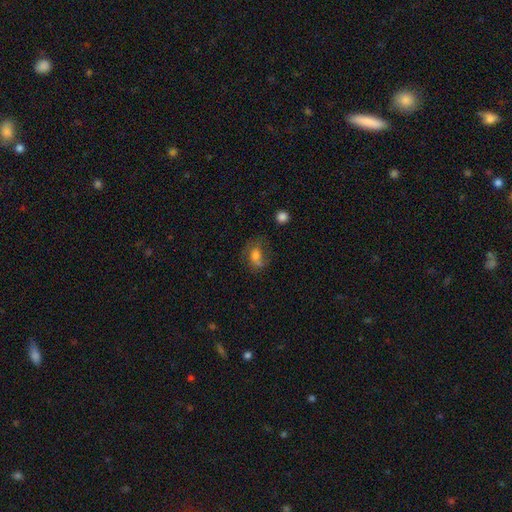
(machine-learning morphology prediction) Smooth or featured: smooth — 56% (featured or disk — 32%)
How rounded: in between — 63% (round — 35%)
Merging: none — 42% (major disturbance — 25%)